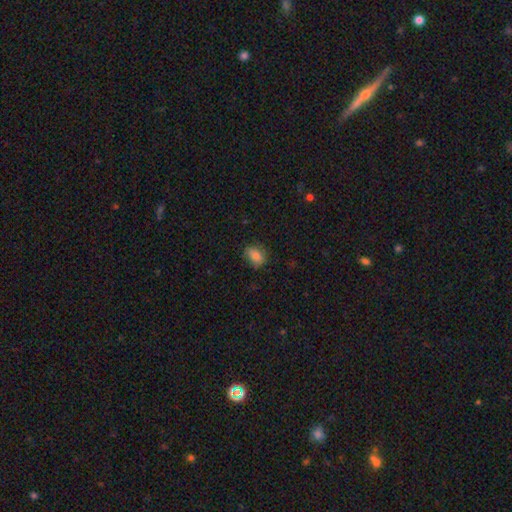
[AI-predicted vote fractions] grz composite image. It shows a smooth galaxy with no disk features (81%) that is in between round and cigar-shaped (70%). Merging: none (71%).